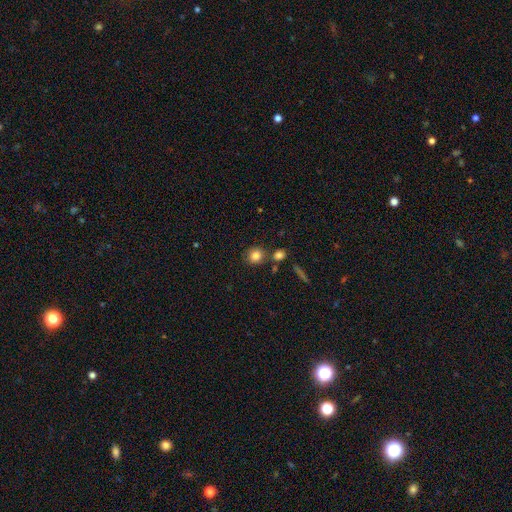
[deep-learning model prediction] This appears to be a smooth galaxy with no disk features (83%) that is round (82%). Merging: none (74%).